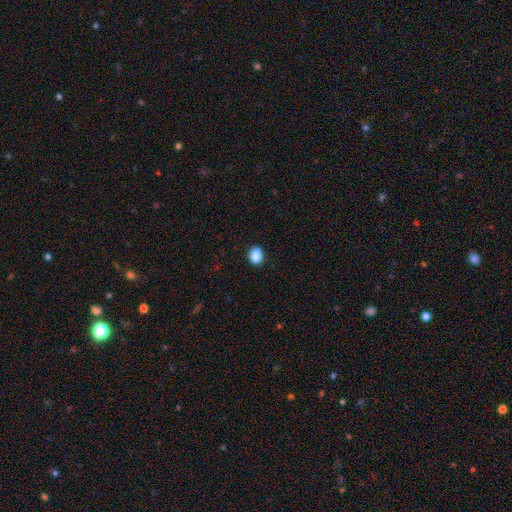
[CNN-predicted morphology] Smooth or featured: smooth — 89% (star or artifact — 8%)
How rounded: in between — 54% (round — 45%)
Merging: none — 90% (minor disturbance — 7%)